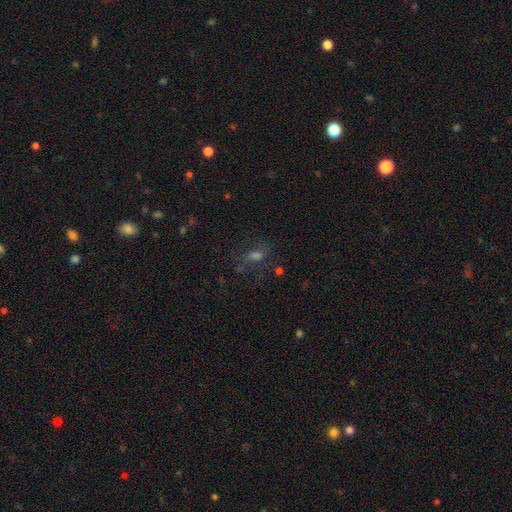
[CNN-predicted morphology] A smooth galaxy with no disk features (40%). Merging: none (59%).